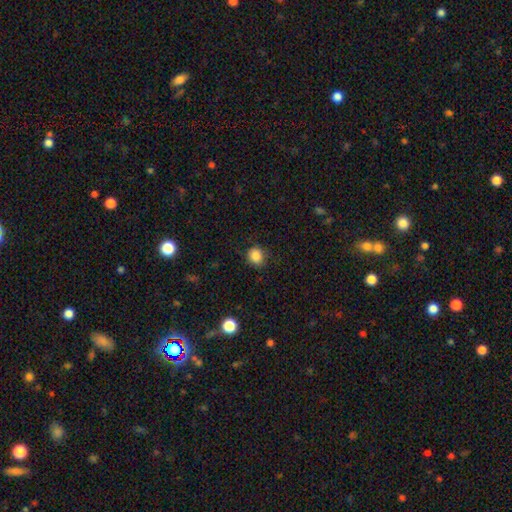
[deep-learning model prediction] Smooth or featured?
  - smooth: 86% *
  - star or artifact: 10%
  - featured or disk: 4%
How rounded?
  - round: 79% *
  - in between: 20%
  - cigar-shaped: 1%
Merging?
  - none: 82% *
  - minor disturbance: 13%
  - major disturbance: 3%
  - merger: 1%